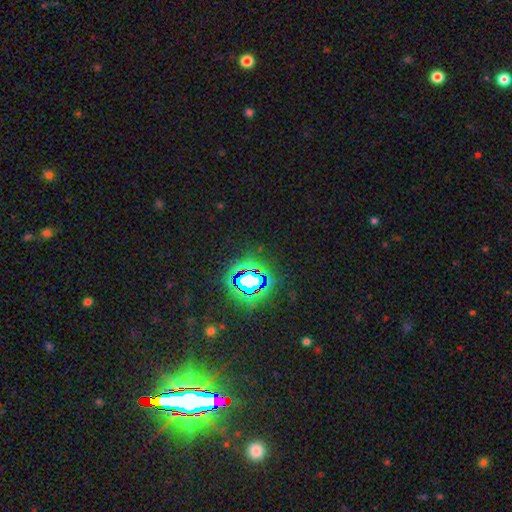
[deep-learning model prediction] This appears to be a star or artifact, not a galaxy (84%).